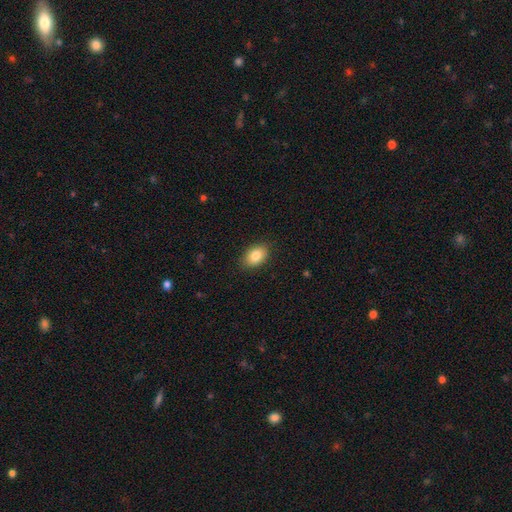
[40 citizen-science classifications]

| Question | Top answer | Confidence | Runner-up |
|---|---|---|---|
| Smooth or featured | smooth | 85% | star or artifact (10%) |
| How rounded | in between | 85% | round (15%) |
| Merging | none | 75% | major disturbance (14%) |